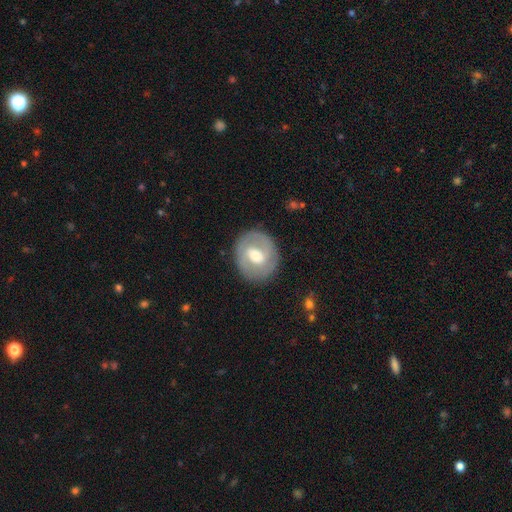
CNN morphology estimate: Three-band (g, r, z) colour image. It shows a featured or disk galaxy (60%) with a weak bar (48%), spiral arms (60%) and a moderate central bulge (69%). Merging: none (84%).